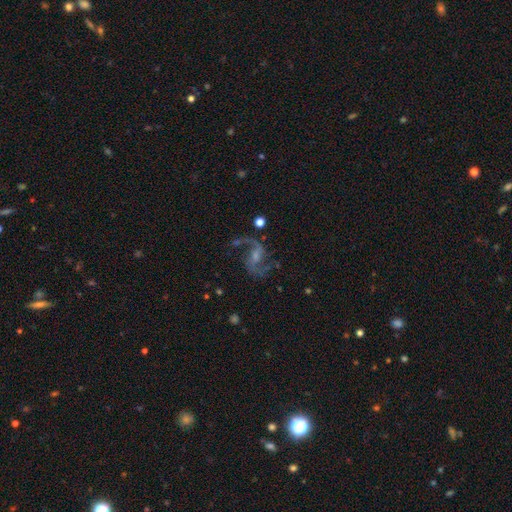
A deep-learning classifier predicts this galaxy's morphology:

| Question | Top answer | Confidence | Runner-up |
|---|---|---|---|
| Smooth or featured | featured or disk | 86% | star or artifact (8%) |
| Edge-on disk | no | 98% | yes (2%) |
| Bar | weak | 49% | no (31%) |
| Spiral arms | yes | 96% | no (4%) |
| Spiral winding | loose | 61% | medium (34%) |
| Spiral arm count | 2 | 91% | 1 (3%) |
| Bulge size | small | 43% | moderate (33%) |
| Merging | none | 66% | major disturbance (15%) |